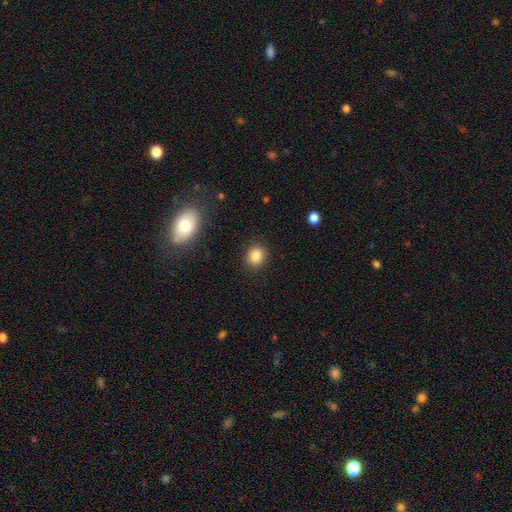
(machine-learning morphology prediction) Smooth or featured?
  - smooth: 85% *
  - star or artifact: 10%
  - featured or disk: 5%
How rounded?
  - round: 72% *
  - in between: 27%
  - cigar-shaped: 1%
Merging?
  - none: 89% *
  - minor disturbance: 7%
  - major disturbance: 3%
  - merger: 1%